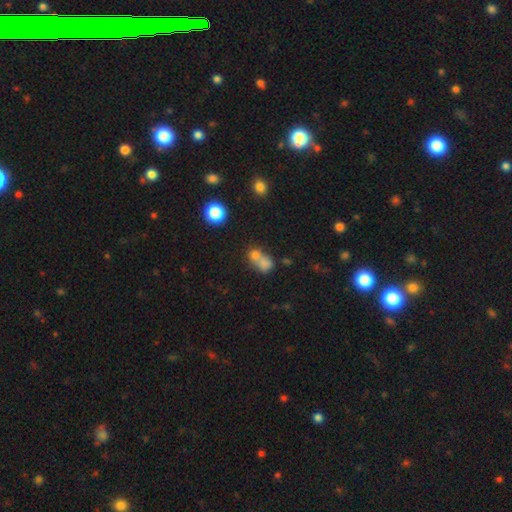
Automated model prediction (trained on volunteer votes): This is likely a smooth galaxy (70%). How rounded: possibly round (59%). Merging: likely merger (63%).